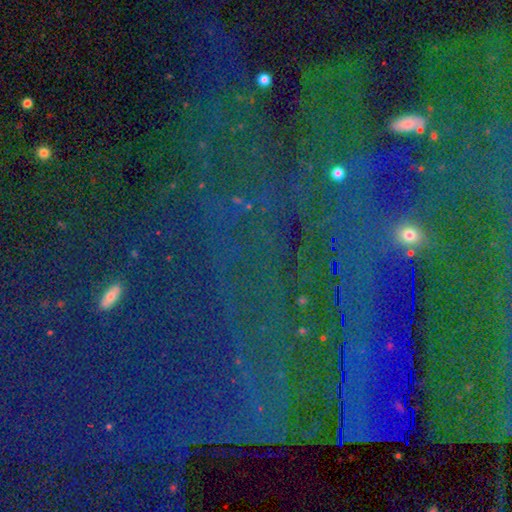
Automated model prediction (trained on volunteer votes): star or artifact 83%, smooth 10%, featured or disk 7%.